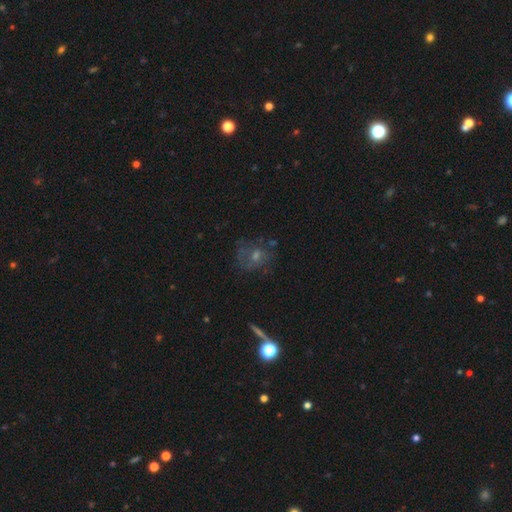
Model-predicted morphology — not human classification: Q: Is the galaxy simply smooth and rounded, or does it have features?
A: featured or disk — 46%.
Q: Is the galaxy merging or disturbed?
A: none — 64%.